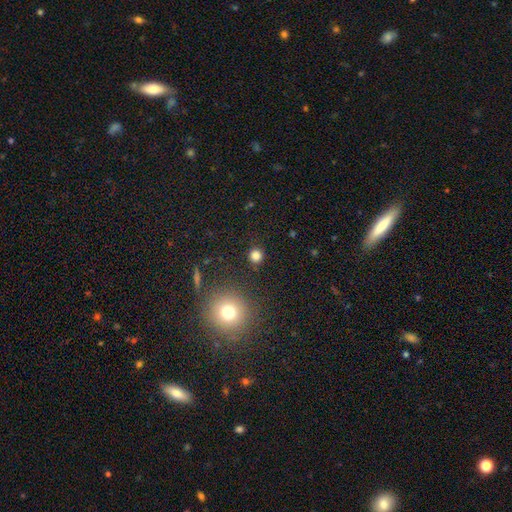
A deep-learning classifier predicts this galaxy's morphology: Smooth or featured?
  - smooth: 81% *
  - star or artifact: 15%
  - featured or disk: 4%
How rounded?
  - round: 92% *
  - in between: 7%
  - cigar-shaped: 1%
Merging?
  - none: 89% *
  - minor disturbance: 6%
  - major disturbance: 3%
  - merger: 2%